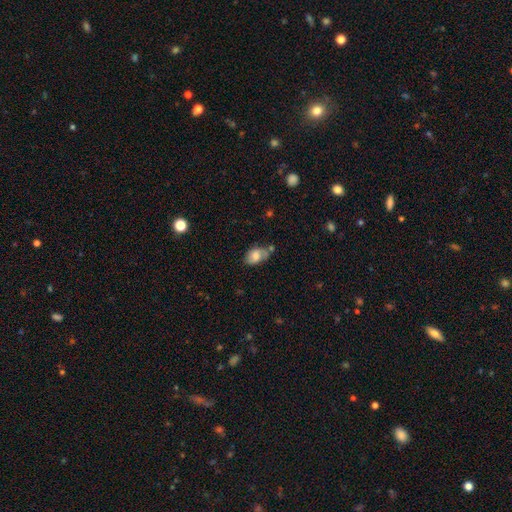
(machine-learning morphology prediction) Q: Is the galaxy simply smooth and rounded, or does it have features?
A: smooth — 68%.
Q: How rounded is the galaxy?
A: in between — 89%.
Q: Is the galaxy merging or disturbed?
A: none — 48%.